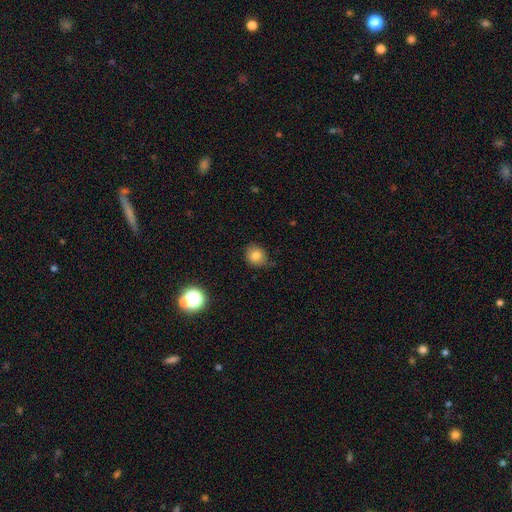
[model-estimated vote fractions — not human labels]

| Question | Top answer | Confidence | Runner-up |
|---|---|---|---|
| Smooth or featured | smooth | 80% | star or artifact (12%) |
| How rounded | round | 73% | in between (26%) |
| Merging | none | 74% | minor disturbance (20%) |